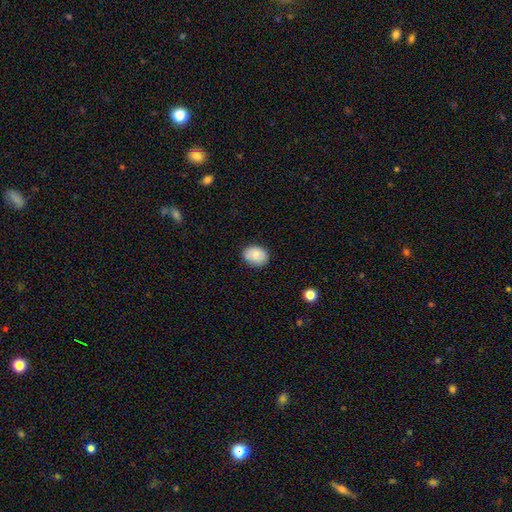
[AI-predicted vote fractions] The model was most divided on "how rounded": in between: 65%, round: 34%, cigar-shaped: 1%. More confident: merging — none (81%); smooth or featured — smooth (80%).